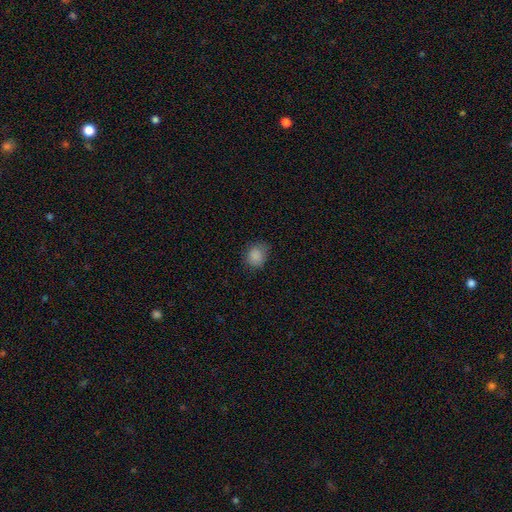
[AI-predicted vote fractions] A smooth galaxy with no disk features (86%) that is round (71%). Merging: none (74%).